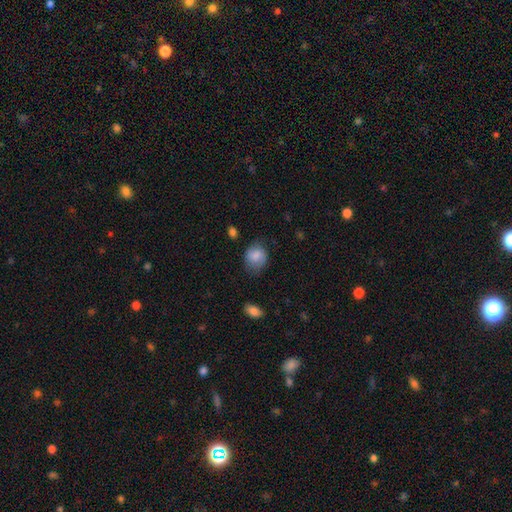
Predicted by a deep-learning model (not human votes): Q: Smooth or featured?
A: smooth (82%); runner-up: featured or disk (11%)
Q: How rounded?
A: round (59%); runner-up: in between (40%)
Q: Merging?
A: none (62%); runner-up: minor disturbance (28%)